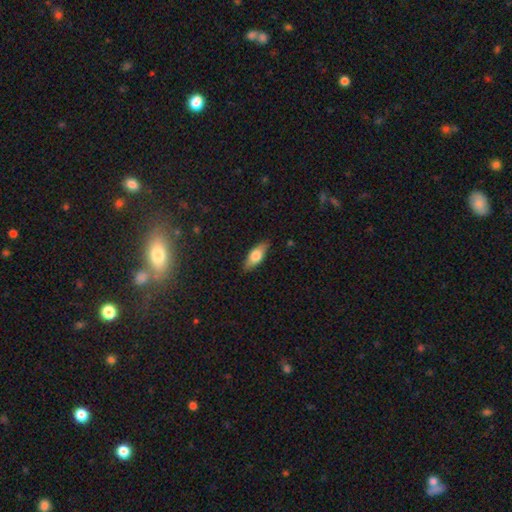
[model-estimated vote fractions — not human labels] This is likely a smooth galaxy (64%). How rounded: likely in between (74%). Merging: clearly none (85%).